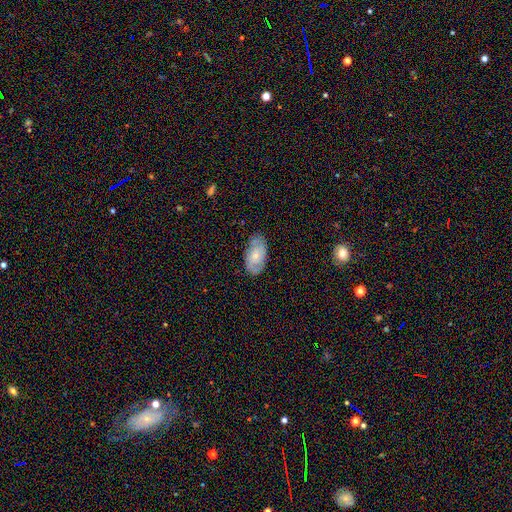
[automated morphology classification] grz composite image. It shows a featured or disk galaxy (48%). Merging: none (78%).